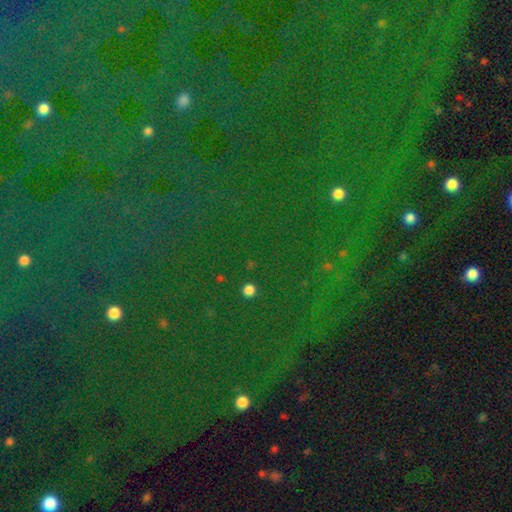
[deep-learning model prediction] Morphology: type=star or artifact (80%).